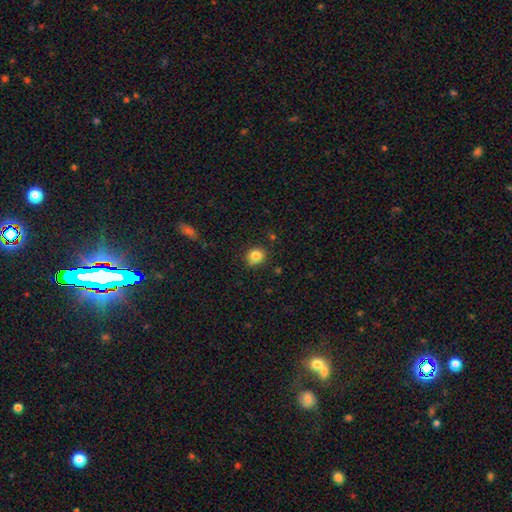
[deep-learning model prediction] Morphology: type=smooth (84%); roundness=round (70%); merging=none (81%).